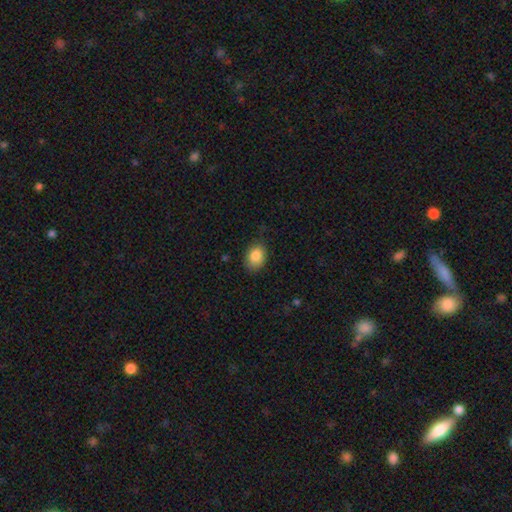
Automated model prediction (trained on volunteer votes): A smooth galaxy with no disk features (85%) that is in between round and cigar-shaped (70%). Merging: none (77%).